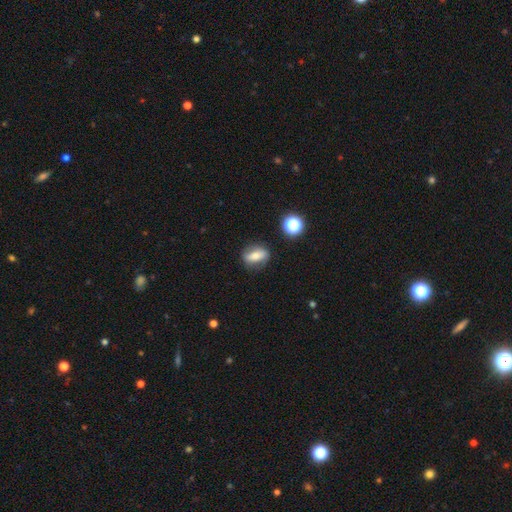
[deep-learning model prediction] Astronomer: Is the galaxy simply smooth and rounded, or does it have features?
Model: smooth — 59%.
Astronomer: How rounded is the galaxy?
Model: in between — 67%.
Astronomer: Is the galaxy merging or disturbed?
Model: none — 78%.